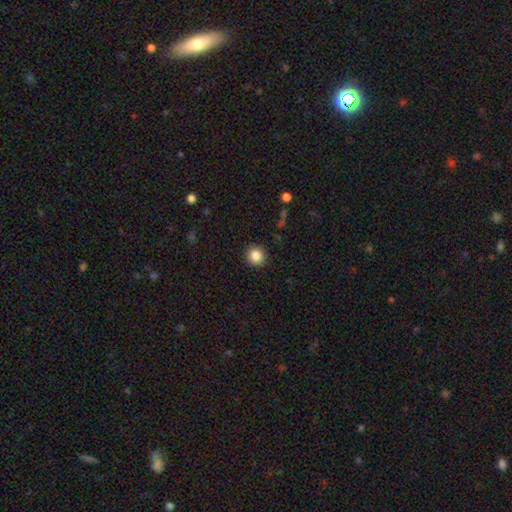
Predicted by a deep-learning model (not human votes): This is clearly a smooth galaxy (85%). How rounded: clearly round (93%). Merging: clearly none (92%).